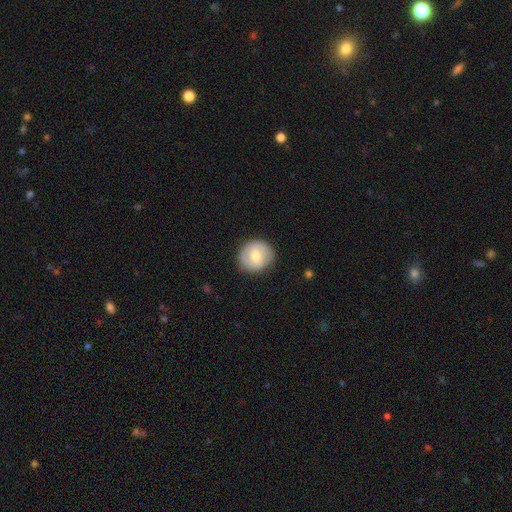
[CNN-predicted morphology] Smooth or featured? smooth (63%)
How rounded? round (86%)
Merging? none (87%)